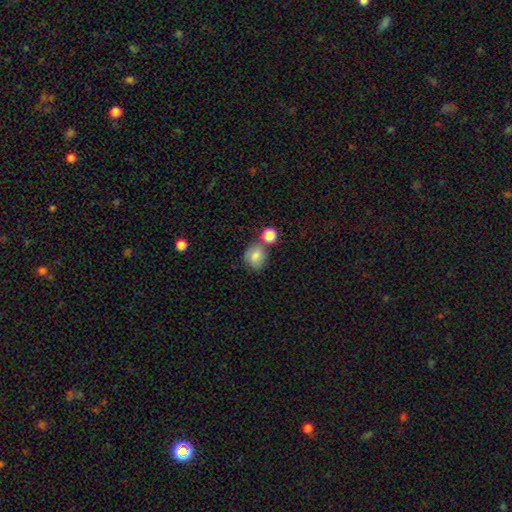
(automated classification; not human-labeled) Q: Smooth or featured?
A: smooth (79%); runner-up: featured or disk (11%)
Q: How rounded?
A: round (70%); runner-up: in between (29%)
Q: Merging?
A: none (56%); runner-up: merger (22%)